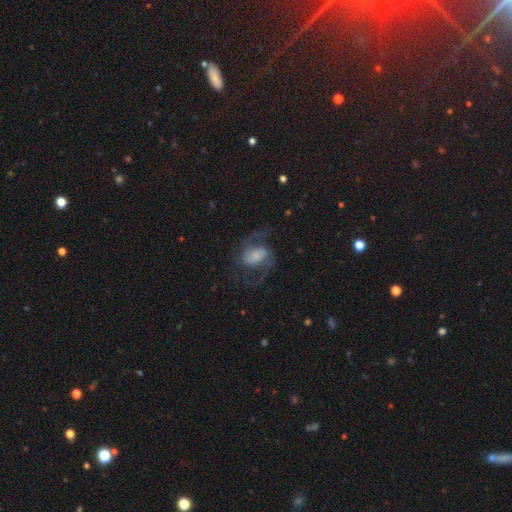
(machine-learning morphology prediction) Smooth or featured? Predicted: featured or disk (p=0.73). Edge-on disk? Predicted: no (p=0.97). Bar? Predicted: no (p=0.45). Spiral arms? Predicted: yes (p=0.91). Spiral winding? Predicted: medium (p=0.49). Spiral arm count? Predicted: 2 (p=0.90). Bulge size? Predicted: small (p=0.38). Merging? Predicted: none (p=0.59).